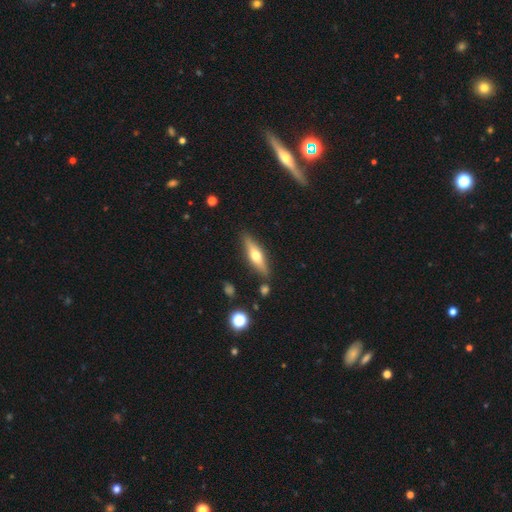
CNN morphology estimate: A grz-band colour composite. It shows a featured or disk galaxy (51%) viewed edge-on (91%). Merging: none (85%).